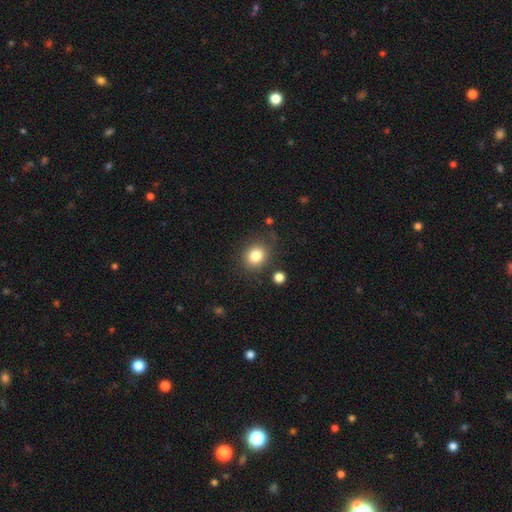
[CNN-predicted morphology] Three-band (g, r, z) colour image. It shows a smooth galaxy with no disk features (83%) that is round (74%). Merging: none (82%).